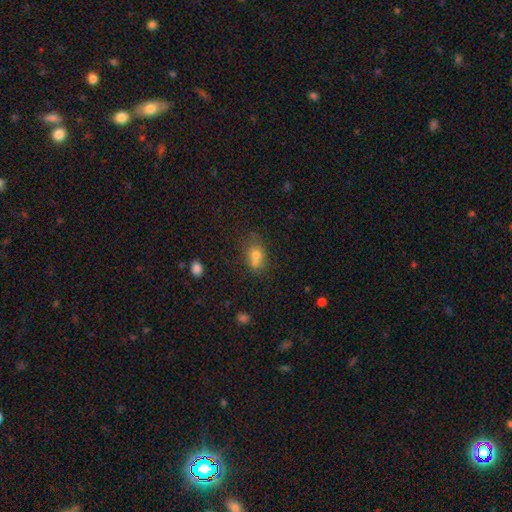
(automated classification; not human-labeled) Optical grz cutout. It shows a smooth galaxy with no disk features (69%) that is in between round and cigar-shaped (53%). Merging: none (42%).